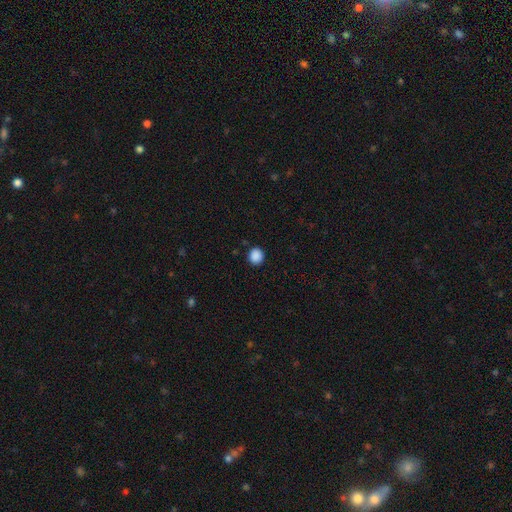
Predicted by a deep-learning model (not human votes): Smooth or featured? Predicted: smooth (p=0.89). How rounded? Predicted: round (p=0.87). Merging? Predicted: none (p=0.91).